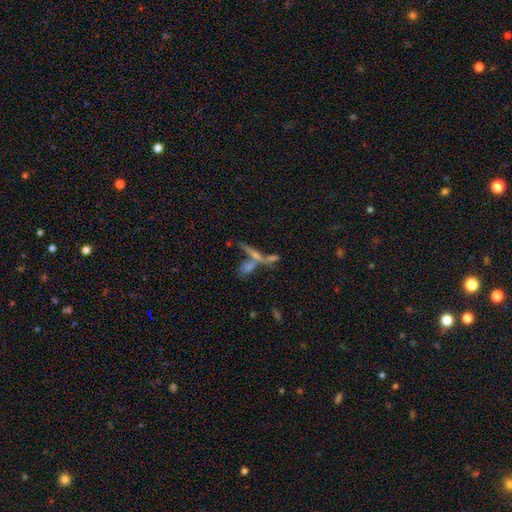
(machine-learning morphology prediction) Q: Smooth or featured?
A: featured or disk (49%); runner-up: smooth (36%)
Q: Merging?
A: merger (49%); runner-up: none (33%)